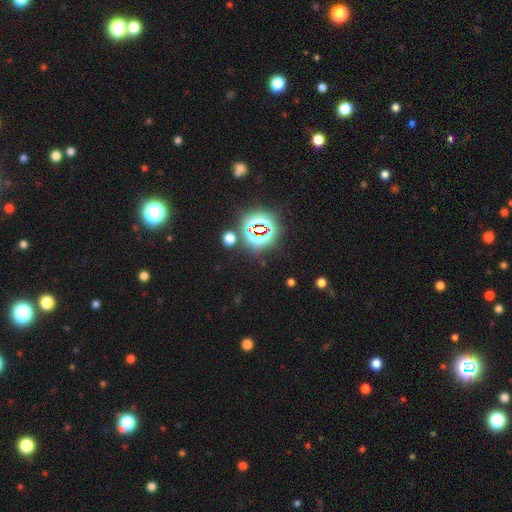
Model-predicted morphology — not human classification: star or artifact 83%, smooth 11%, featured or disk 7%.